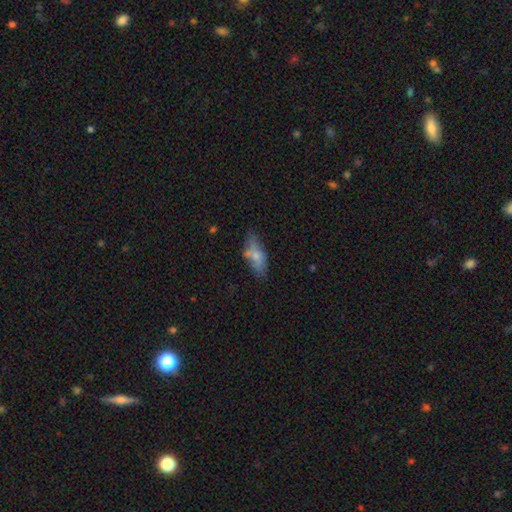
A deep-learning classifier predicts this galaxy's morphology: Overall: smooth (66%). How rounded: in between (78%). Merging: none (53%; minor disturbance 26%).